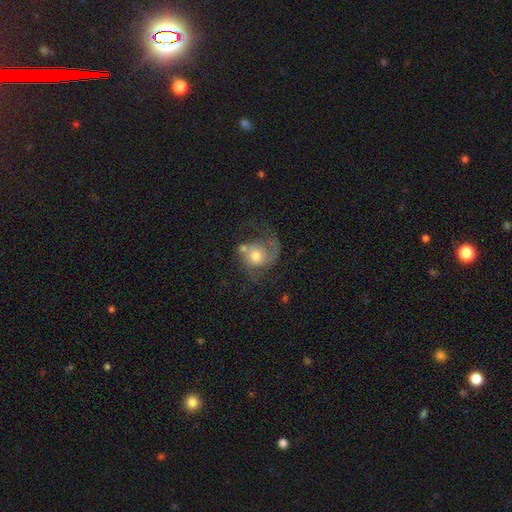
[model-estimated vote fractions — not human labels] The model was most divided on "spiral winding": medium: 44%, loose: 40%, tight: 16%. Remaining: edge-on disk — no (98%); spiral arms — yes (89%); bar — no (75%); smooth or featured — featured or disk (69%); bulge size — moderate (65%); spiral arm count — 2 (57%); merging — none (40%).